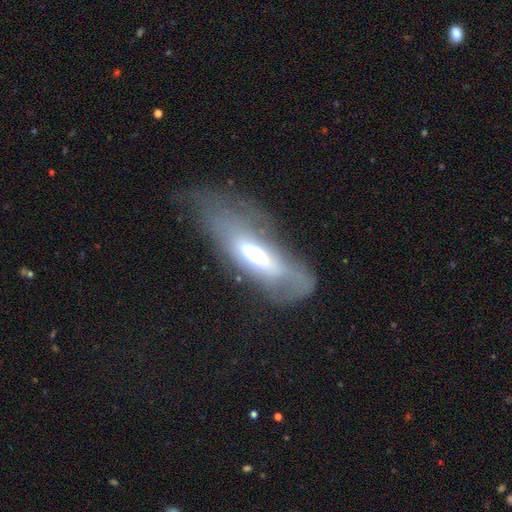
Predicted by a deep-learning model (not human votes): The model was most divided on "merging" (2-way tie): major disturbance: 37%, none: 37%, minor disturbance: 22%, merger: 4%. Remaining: smooth or featured — featured or disk (47%).